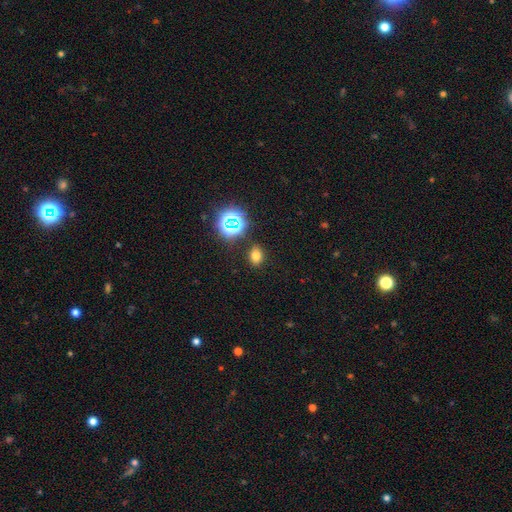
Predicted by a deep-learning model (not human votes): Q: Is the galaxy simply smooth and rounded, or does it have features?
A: smooth — 68%.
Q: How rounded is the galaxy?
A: in between — 63%.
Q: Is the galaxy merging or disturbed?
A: none — 84%.